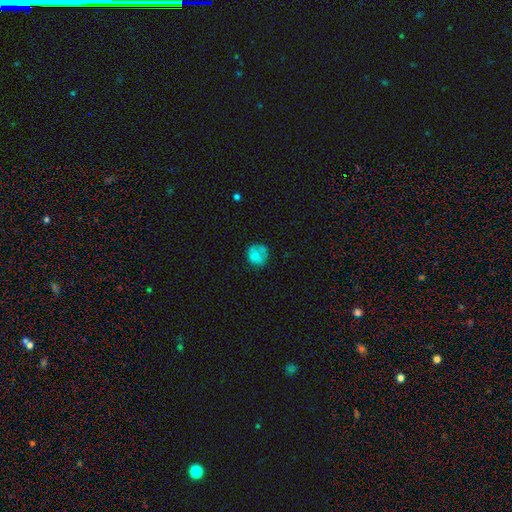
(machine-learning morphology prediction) The model was most divided on "merging": none: 54%, minor disturbance: 27%, major disturbance: 15%, merger: 4%. More confident: how rounded — round (77%); smooth or featured — smooth (73%).